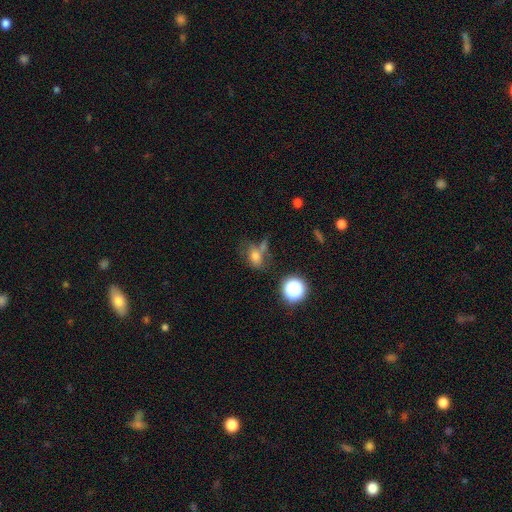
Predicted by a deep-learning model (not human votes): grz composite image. It shows a smooth galaxy with no disk features (67%) that is in between round and cigar-shaped (60%). Merging: none (45%).